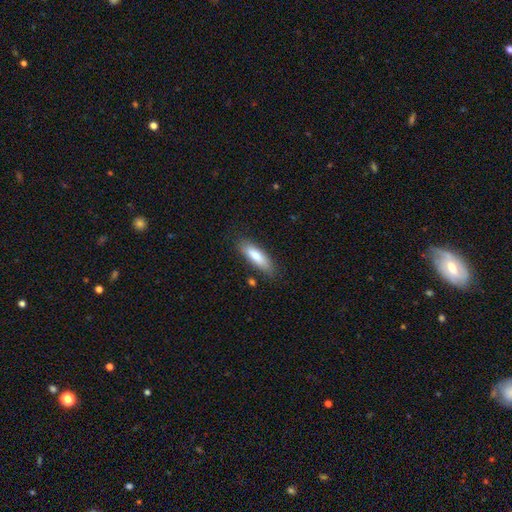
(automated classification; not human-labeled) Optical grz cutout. It shows a smooth galaxy with no disk features (76%) that is cigar-shaped (53%). Merging: none (82%).